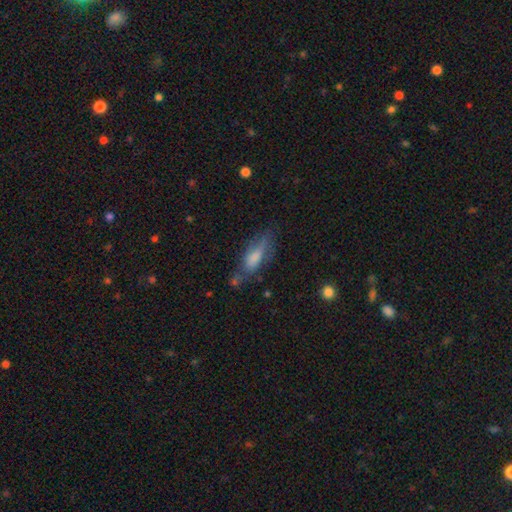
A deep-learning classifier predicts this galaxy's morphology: A smooth galaxy with no disk features (59%) that is in between round and cigar-shaped (52%). Merging: none (58%).